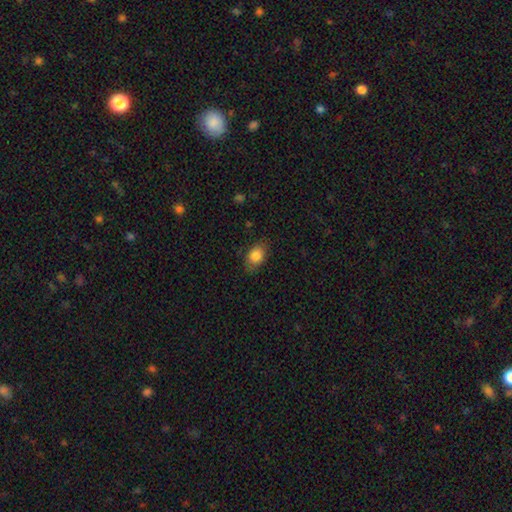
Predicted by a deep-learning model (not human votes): A smooth galaxy with no disk features (83%) that is in between round and cigar-shaped (79%). Merging: none (79%).